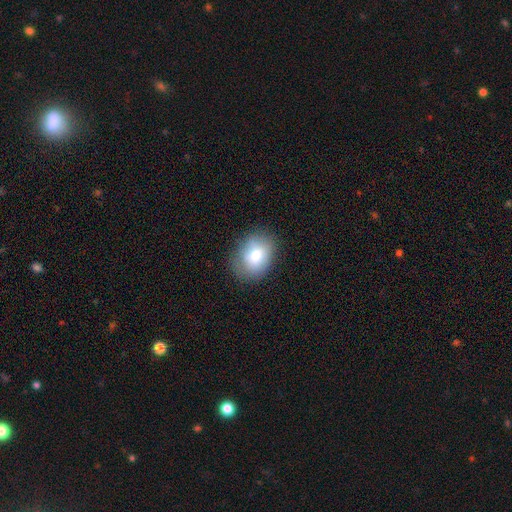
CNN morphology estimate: The model was most divided on "how rounded": in between: 61%, round: 38%, cigar-shaped: 1%. More confident: smooth or featured — smooth (77%); merging — none (77%).